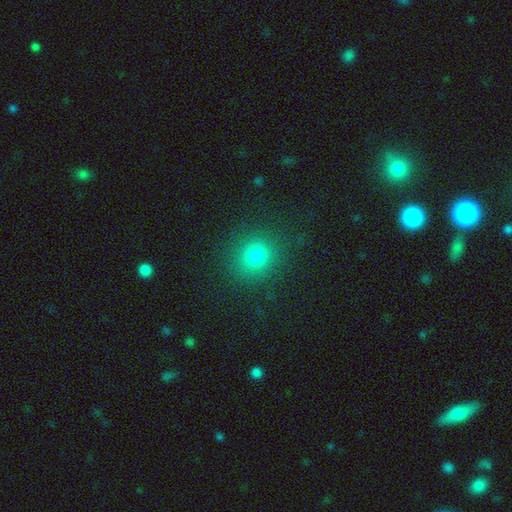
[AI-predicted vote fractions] Q: Smooth or featured?
A: smooth (78%); runner-up: star or artifact (16%)
Q: How rounded?
A: round (85%); runner-up: in between (14%)
Q: Merging?
A: none (87%); runner-up: minor disturbance (8%)